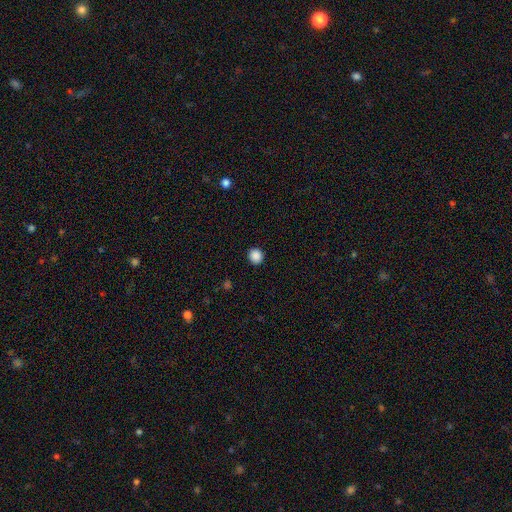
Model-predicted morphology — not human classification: A smooth galaxy with no disk features (88%) that is round (91%). Merging: none (92%).